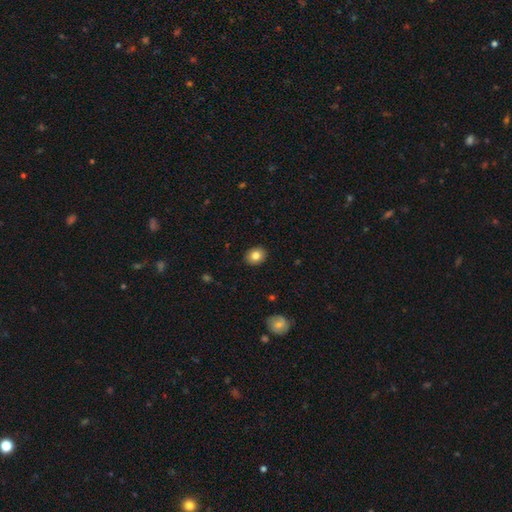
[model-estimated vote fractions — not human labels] A smooth galaxy with no disk features (82%) that is round (56%).

Vote fractions:
- Smooth or featured? smooth: 82% / star or artifact: 9% / featured or disk: 9%
- How rounded? round: 56% / in between: 43% / cigar-shaped: 1%
- Merging? none: 90% / minor disturbance: 7% / major disturbance: 2% / merger: 1%